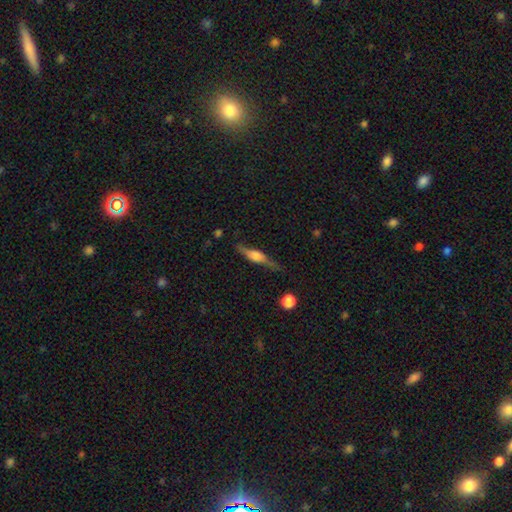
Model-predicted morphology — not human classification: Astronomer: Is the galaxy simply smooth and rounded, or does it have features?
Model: featured or disk — 65%.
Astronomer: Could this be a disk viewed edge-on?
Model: yes — 93%.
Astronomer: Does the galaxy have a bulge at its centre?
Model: rounded — 78%.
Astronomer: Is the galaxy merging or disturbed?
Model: none — 72%.